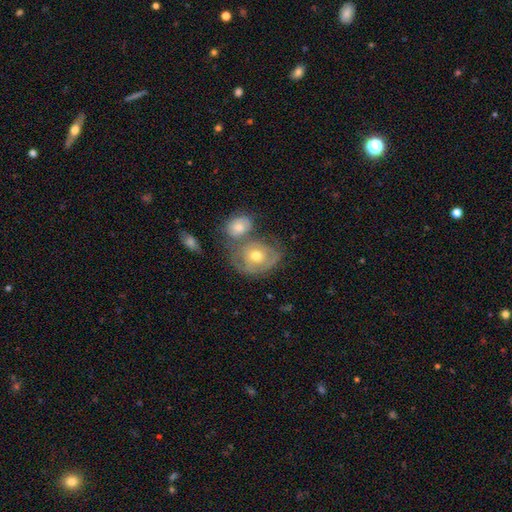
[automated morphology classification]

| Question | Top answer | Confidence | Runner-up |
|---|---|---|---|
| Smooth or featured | featured or disk | 57% | smooth (36%) |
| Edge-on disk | no | 95% | yes (5%) |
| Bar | no | 81% | weak (15%) |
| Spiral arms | yes | 58% | no (42%) |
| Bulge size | moderate | 70% | small (23%) |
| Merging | none | 37% | merger (34%) |